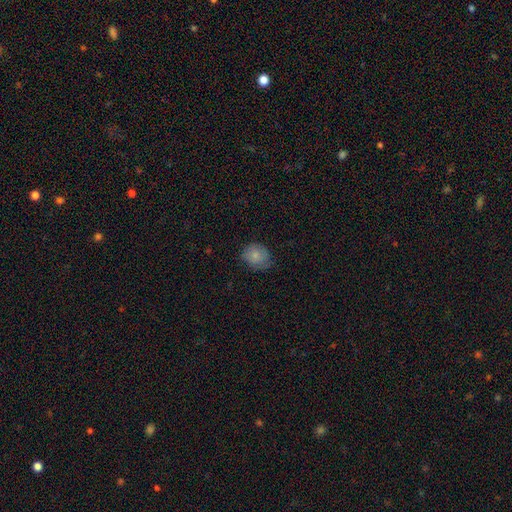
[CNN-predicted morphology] smooth_or_featured: smooth (p=0.80) [alt: featured or disk p=0.12]
how_rounded: round (p=0.65) [alt: in between p=0.34]
merging: none (p=0.64) [alt: minor disturbance p=0.29]